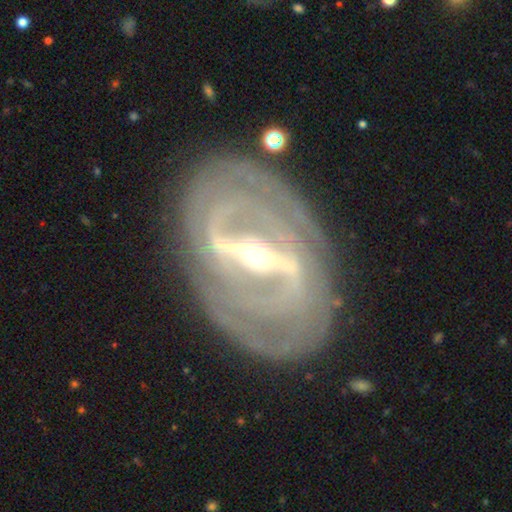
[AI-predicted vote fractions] Smooth or featured?
  - featured or disk: 90% *
  - smooth: 6%
  - star or artifact: 5%
Edge-on disk?
  - no: 91% *
  - yes: 9%
Bar?
  - strong: 80% *
  - weak: 15%
  - no: 5%
Spiral arms?
  - yes: 89% *
  - no: 11%
Spiral winding?
  - tight: 70% *
  - medium: 22%
  - loose: 8%
Spiral arm count?
  - 2: 41% *
  - can't tell: 29%
  - 3: 11%
  - 4: 8%
  - more than 4: 6%
  - 1: 5%
Bulge size?
  - small: 51% *
  - moderate: 43%
  - large: 3%
  - none: 1%
  - dominant: 1%
Merging?
  - none: 77% *
  - minor disturbance: 15%
  - major disturbance: 6%
  - merger: 2%